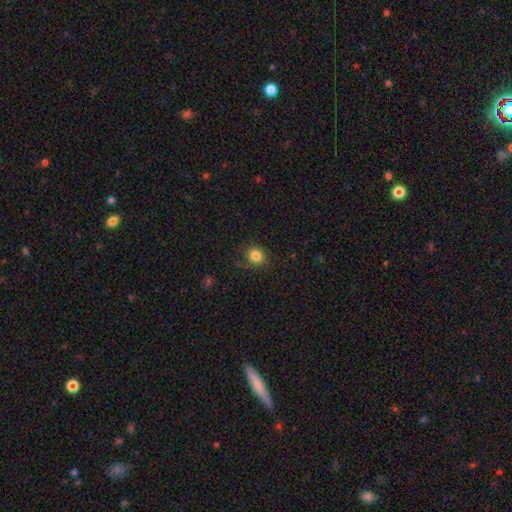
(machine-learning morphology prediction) Overall: smooth (83%). How rounded: round (81%). Merging: none (83%).